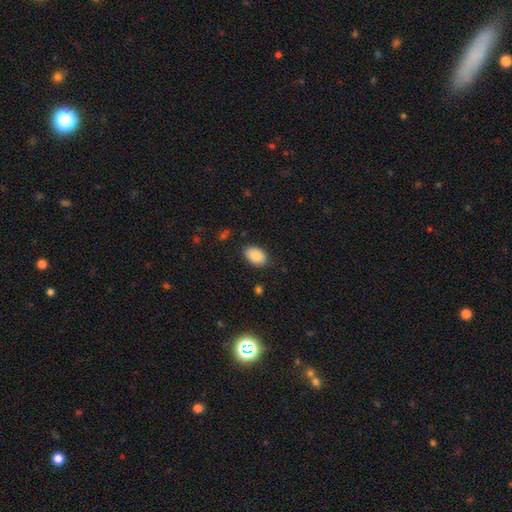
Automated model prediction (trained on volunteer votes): Smooth or featured?
  - smooth: 87% *
  - star or artifact: 7%
  - featured or disk: 6%
How rounded?
  - in between: 88% *
  - round: 11%
  - cigar-shaped: 1%
Merging?
  - none: 84% *
  - minor disturbance: 12%
  - major disturbance: 3%
  - merger: 1%